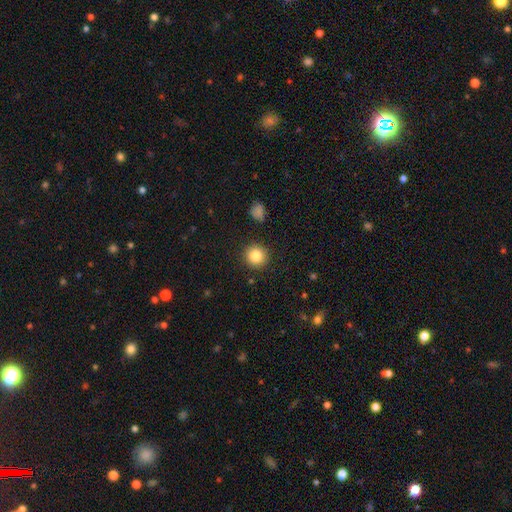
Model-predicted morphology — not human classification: smooth 85%, star or artifact 10%, featured or disk 5%. Down the decision tree: how rounded — round (93%); merging — none (90%).